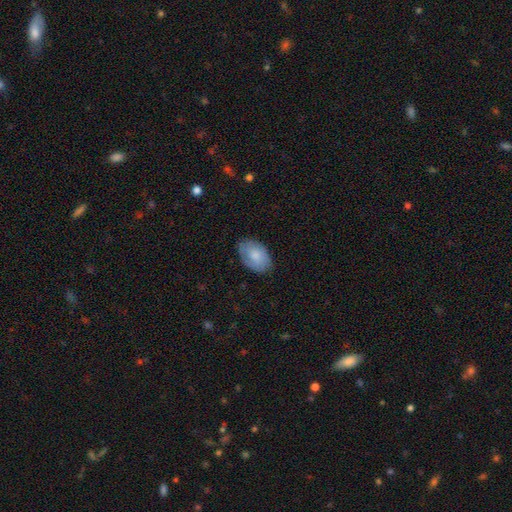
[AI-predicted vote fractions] This appears to be a smooth galaxy with no disk features (76%) that is in between round and cigar-shaped (89%). Merging: none (77%).